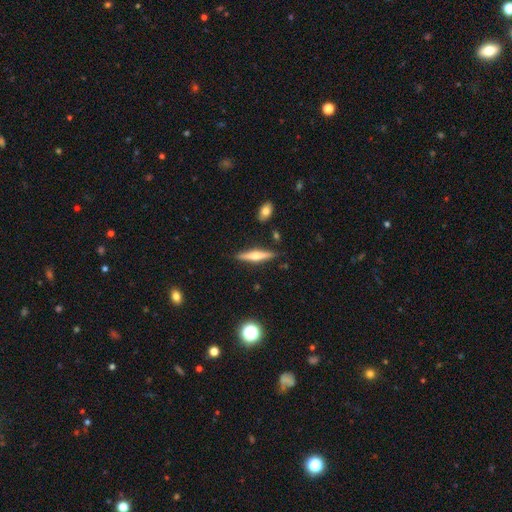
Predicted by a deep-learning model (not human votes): Smooth or featured? Predicted: featured or disk (p=0.56). Edge-on disk? Predicted: yes (p=0.96). Edge-on bulge? Predicted: rounded (p=0.88). Merging? Predicted: none (p=0.88).